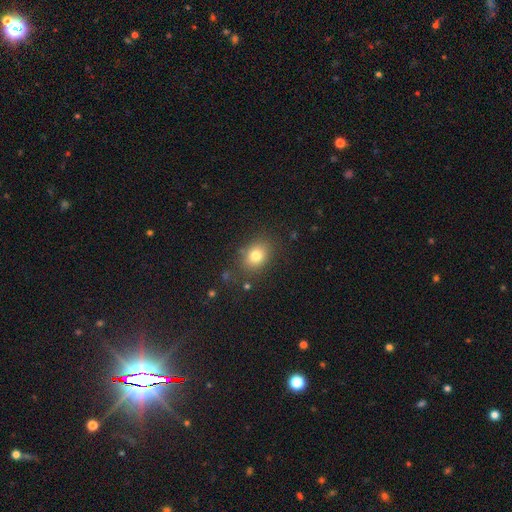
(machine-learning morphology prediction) Smooth or featured? Predicted: smooth (p=0.78). How rounded? Predicted: in between (p=0.56). Merging? Predicted: none (p=0.82).